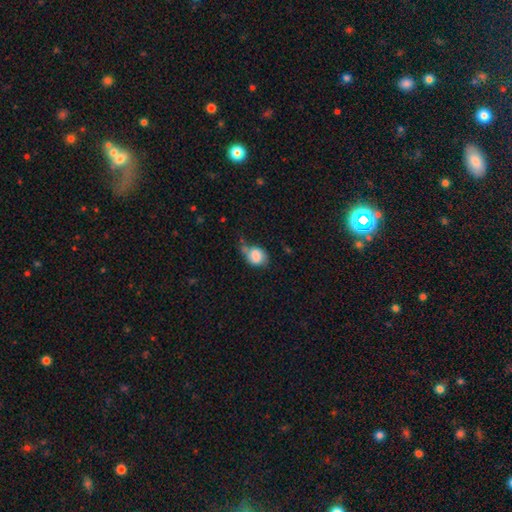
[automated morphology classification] Overall: smooth (75%). How rounded: in between (51%; round 48%). Merging: minor disturbance (36%; none 35%).